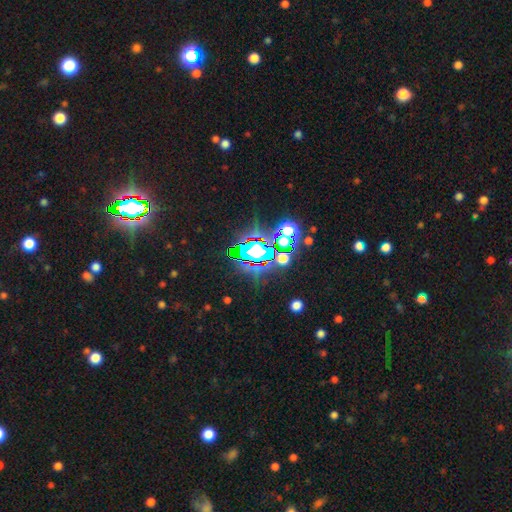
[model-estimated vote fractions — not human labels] This is likely a star or artifact rather than a galaxy (73%).